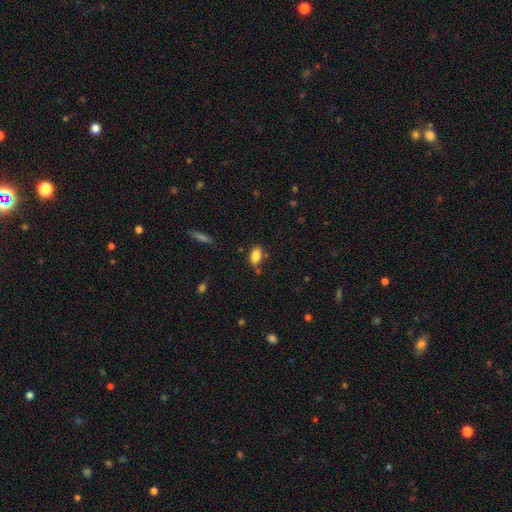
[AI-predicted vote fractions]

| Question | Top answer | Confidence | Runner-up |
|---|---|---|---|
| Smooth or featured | smooth | 85% | star or artifact (8%) |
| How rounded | in between | 90% | round (5%) |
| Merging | none | 73% | minor disturbance (17%) |